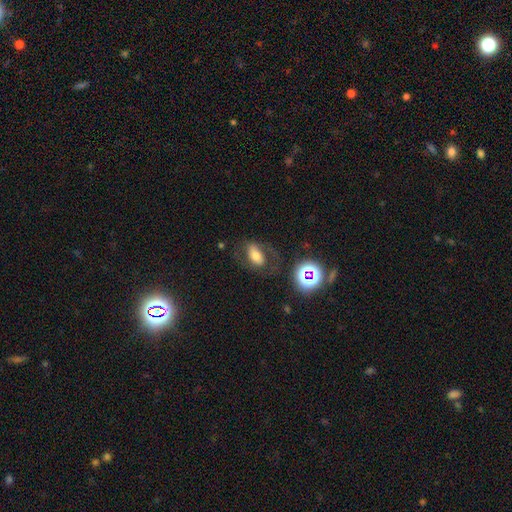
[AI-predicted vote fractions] Morphology: type=smooth (48%); merging=none (62%).